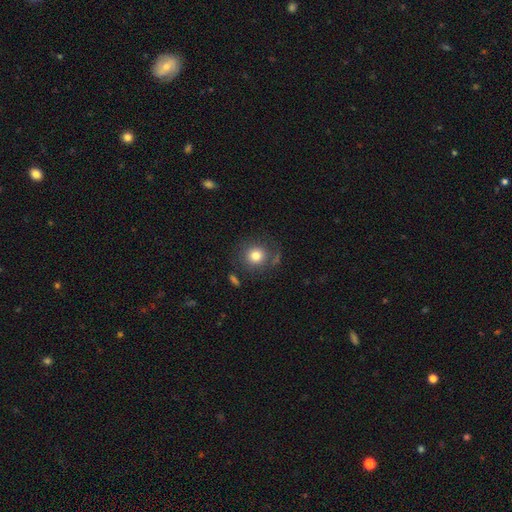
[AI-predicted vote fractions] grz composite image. It shows a smooth galaxy with no disk features (80%) that is round (89%). Merging: none (77%).